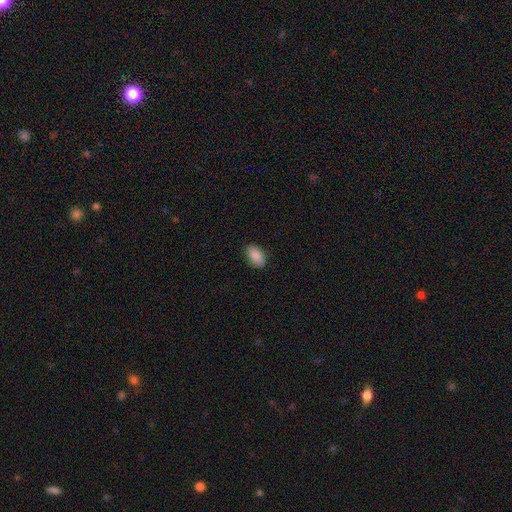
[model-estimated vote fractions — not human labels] smooth_or_featured: smooth (p=0.85) [alt: featured or disk p=0.08]
how_rounded: in between (p=0.91) [alt: round p=0.05]
merging: none (p=0.86) [alt: minor disturbance p=0.11]